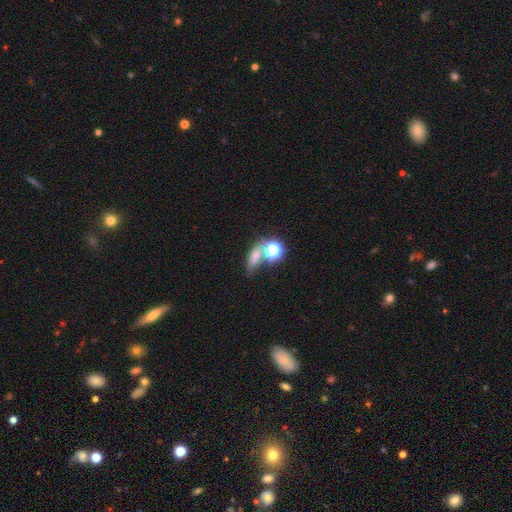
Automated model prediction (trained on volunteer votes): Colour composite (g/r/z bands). It shows a smooth galaxy with no disk features (58%) that is in between round and cigar-shaped (47%). Merging: none (52%).